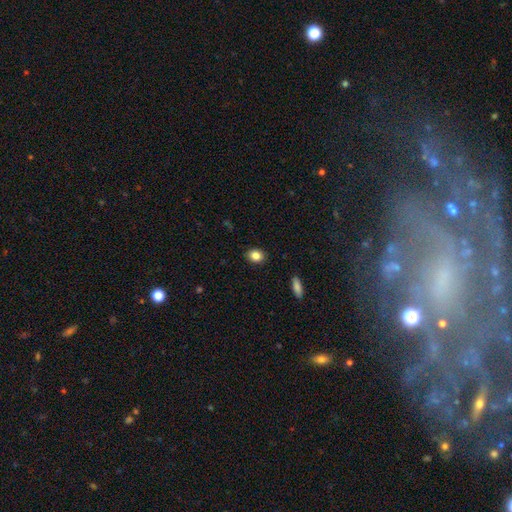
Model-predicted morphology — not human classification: This appears to be a smooth galaxy with no disk features (84%) that is in between round and cigar-shaped (51%). Merging: none (89%).